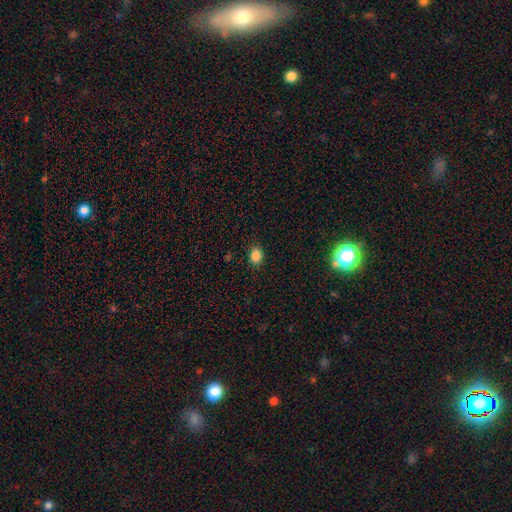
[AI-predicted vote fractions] A smooth galaxy with no disk features (85%) that is in between round and cigar-shaped (62%). Merging: none (87%).